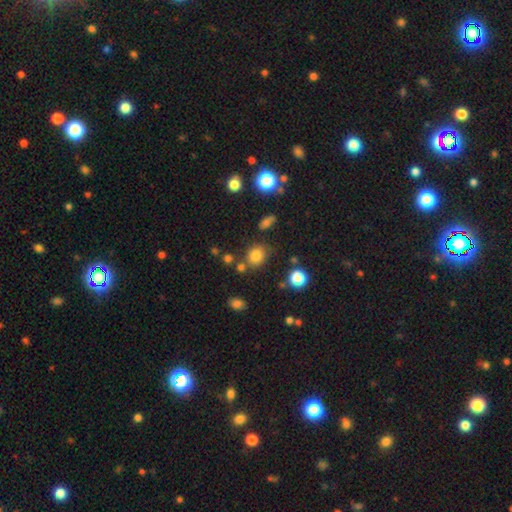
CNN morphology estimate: The model was most divided on "how rounded": round: 75%, in between: 24%, cigar-shaped: 1%. More confident: smooth or featured — smooth (78%); merging — none (73%).